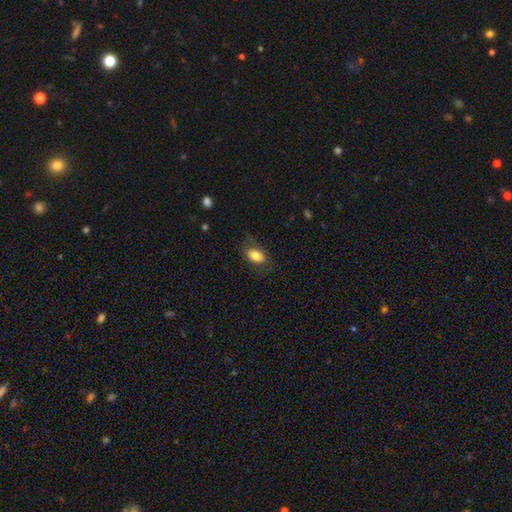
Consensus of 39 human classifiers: Smooth or featured?
  - smooth: 82% *
  - featured or disk: 15%
  - star or artifact: 3%
How rounded?
  - in between: 94% *
  - round: 6%
  - cigar-shaped: 0%
Merging?
  - none: 68% *
  - minor disturbance: 16%
  - major disturbance: 16%
  - merger: 0%